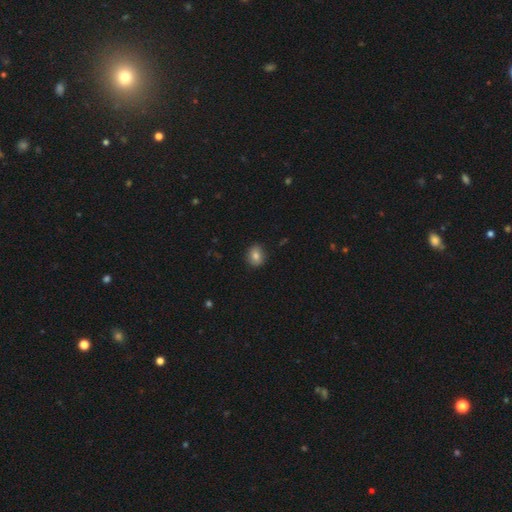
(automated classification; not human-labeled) A smooth galaxy with no disk features (80%) that is round (67%). Merging: none (88%).